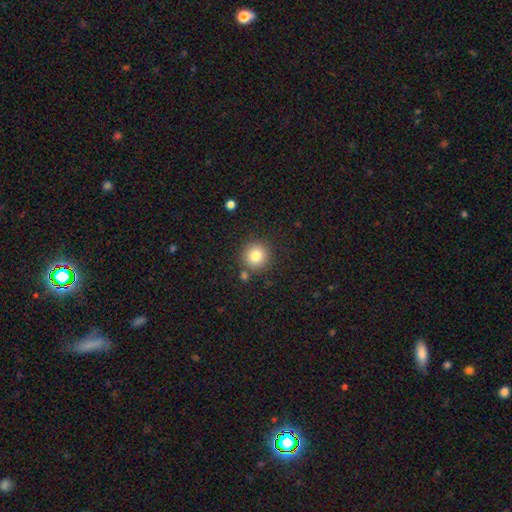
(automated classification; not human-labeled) A smooth galaxy with no disk features (81%) that is round (94%).

Vote fractions:
- Smooth or featured? smooth: 81% / star or artifact: 11% / featured or disk: 8%
- How rounded? round: 94% / in between: 5% / cigar-shaped: 1%
- Merging? none: 84% / minor disturbance: 8% / merger: 6% / major disturbance: 3%